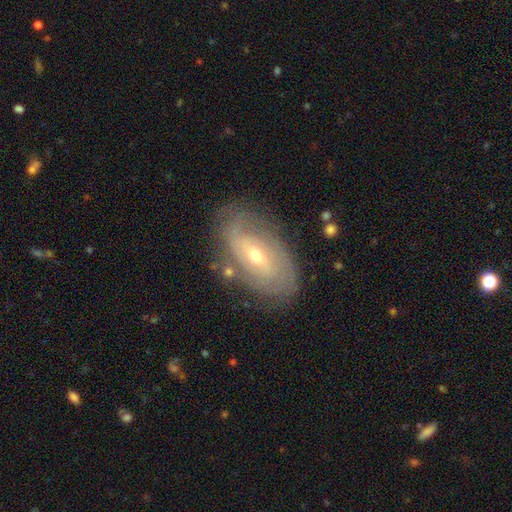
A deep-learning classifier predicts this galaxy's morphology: type=featured or disk (78%); edge-on=no (92%); bar=no (43%); spiral arms=yes (85%); winding=tight (63%); arm count=can't tell (43%); bulge=moderate (50%); merging=none (75%).